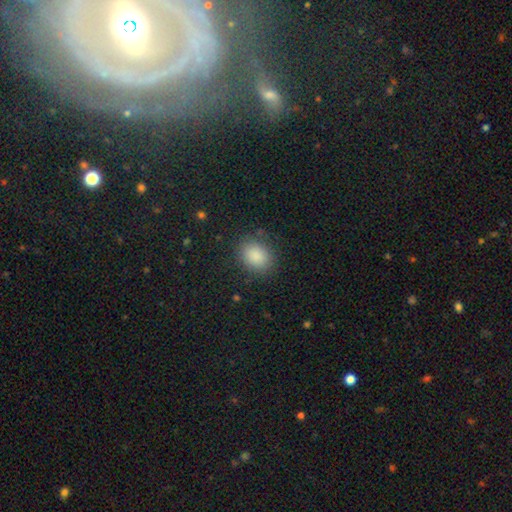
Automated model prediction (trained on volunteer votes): Q: Smooth or featured?
A: smooth (87%); runner-up: star or artifact (9%)
Q: How rounded?
A: in between (55%); runner-up: round (44%)
Q: Merging?
A: none (83%); runner-up: minor disturbance (11%)